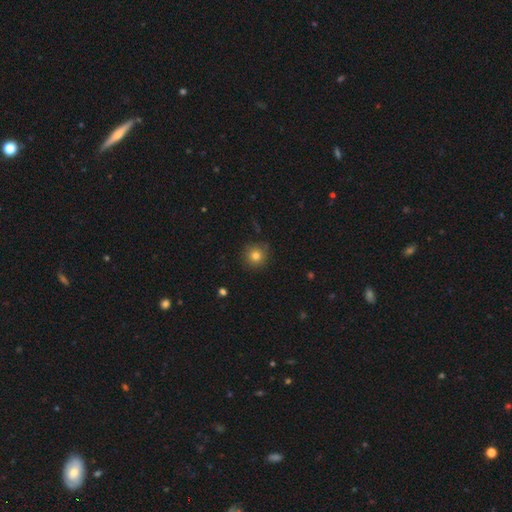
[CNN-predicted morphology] Smooth or featured? smooth (79%)
How rounded? round (94%)
Merging? none (87%)